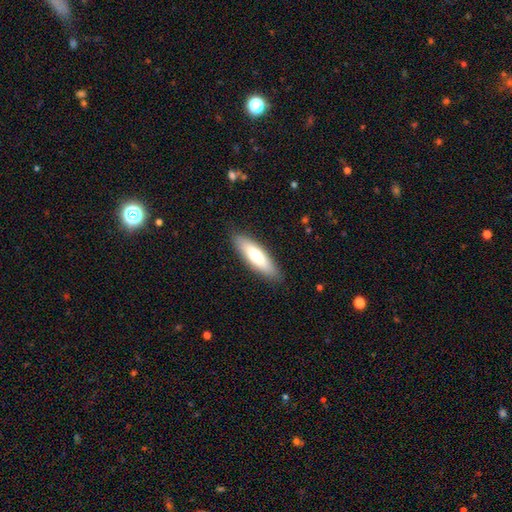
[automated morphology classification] Q: Smooth or featured?
A: smooth (73%); runner-up: featured or disk (22%)
Q: How rounded?
A: cigar-shaped (55%); runner-up: in between (44%)
Q: Merging?
A: none (87%); runner-up: minor disturbance (10%)